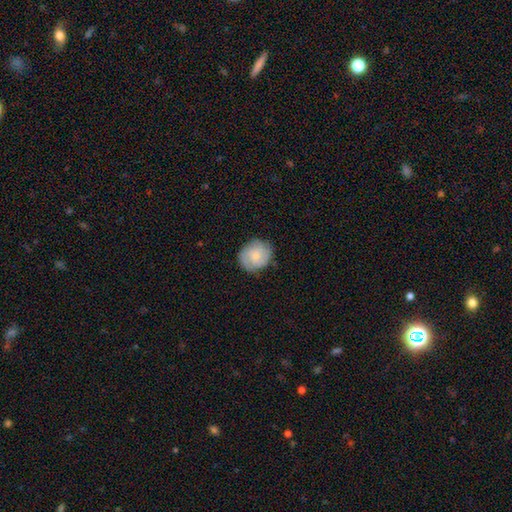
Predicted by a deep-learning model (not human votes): smooth-or-featured: smooth: 57% | featured or disk: 37% | star or artifact: 6%
  how-rounded: round: 75% | in between: 24% | cigar-shaped: 1%
  merging: none: 82% | minor disturbance: 14% | major disturbance: 3% | merger: 1%